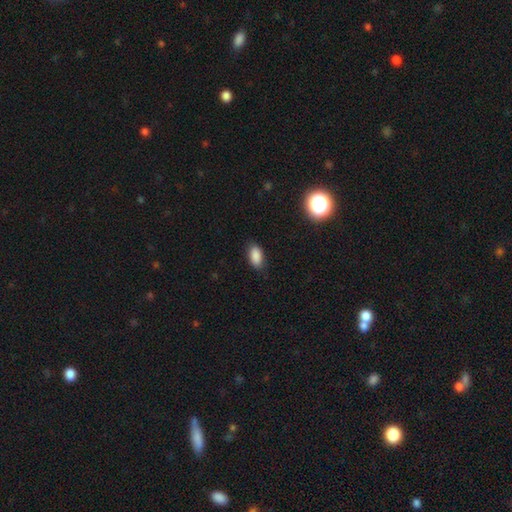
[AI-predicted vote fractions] Q: Smooth or featured?
A: smooth (87%); runner-up: star or artifact (9%)
Q: How rounded?
A: in between (91%); runner-up: round (4%)
Q: Merging?
A: none (83%); runner-up: minor disturbance (13%)